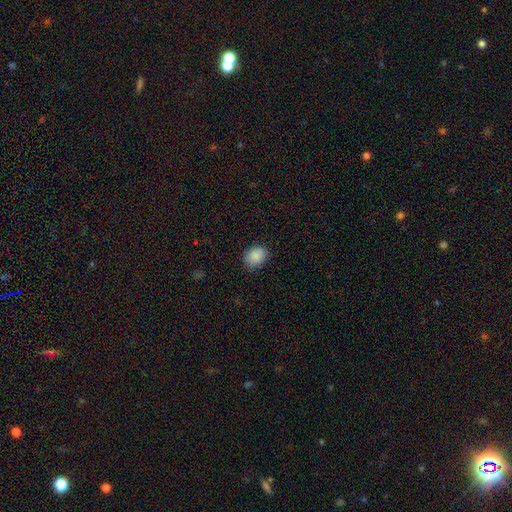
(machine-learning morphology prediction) smooth 88%, star or artifact 8%, featured or disk 4%. Down the decision tree: how rounded — in between (50%); merging — none (81%).